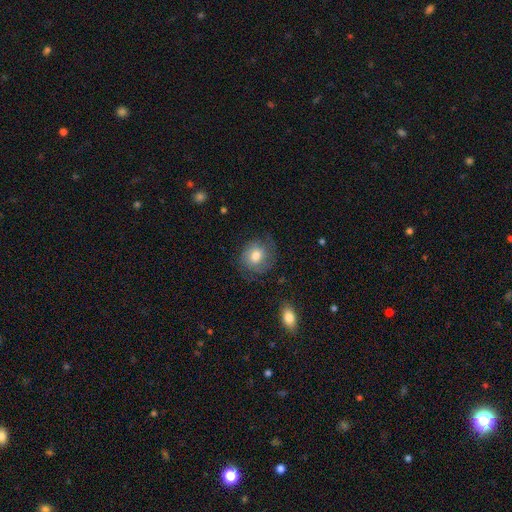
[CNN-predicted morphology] A smooth galaxy with no disk features (58%) that is round (78%).

Vote fractions:
- Smooth or featured? smooth: 58% / featured or disk: 34% / star or artifact: 9%
- How rounded? round: 78% / in between: 21% / cigar-shaped: 1%
- Merging? none: 68% / minor disturbance: 20% / major disturbance: 10% / merger: 1%